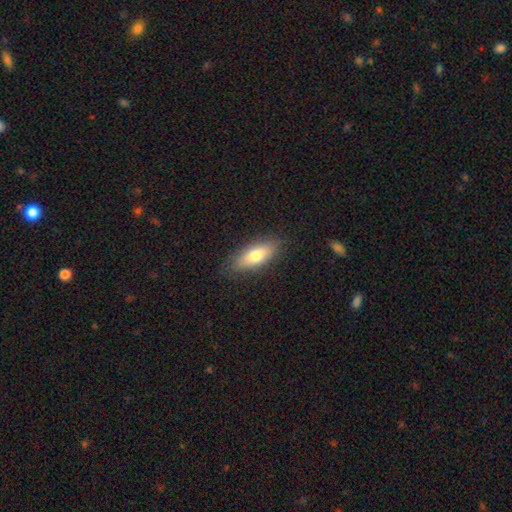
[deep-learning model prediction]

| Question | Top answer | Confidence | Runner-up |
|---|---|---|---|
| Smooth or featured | smooth | 74% | featured or disk (20%) |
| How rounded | in between | 74% | cigar-shaped (23%) |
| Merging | none | 83% | minor disturbance (13%) |